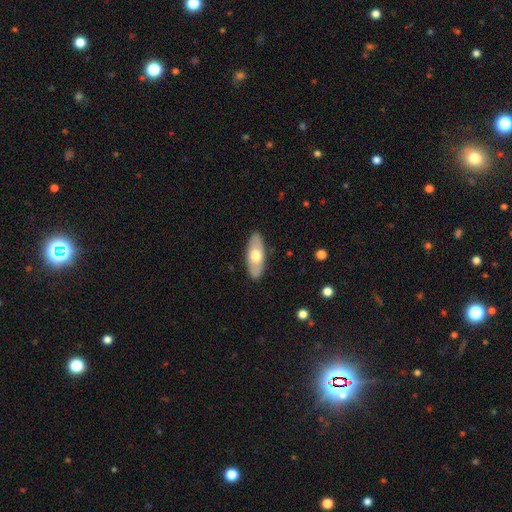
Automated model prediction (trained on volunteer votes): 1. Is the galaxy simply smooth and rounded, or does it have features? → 60% smooth, 35% featured or disk, 5% star or artifact.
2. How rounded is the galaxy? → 82% in between, 16% cigar-shaped, 3% round.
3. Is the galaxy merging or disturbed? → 88% none, 9% minor disturbance, 2% major disturbance, 1% merger.